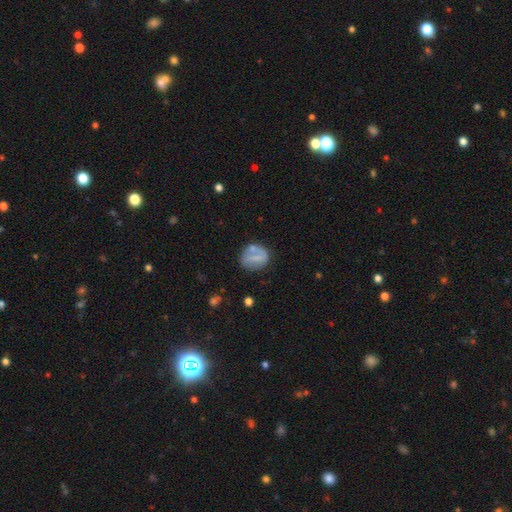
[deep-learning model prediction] Smooth or featured? Predicted: smooth (p=0.61). How rounded? Predicted: round (p=0.67). Merging? Predicted: none (p=0.61).